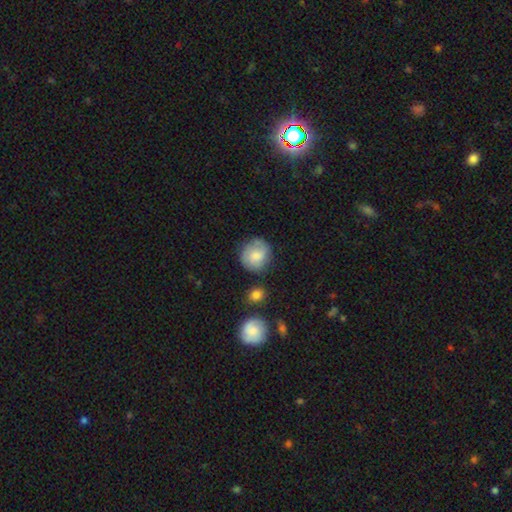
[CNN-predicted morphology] type=smooth (58%); roundness=round (83%); merging=none (72%).